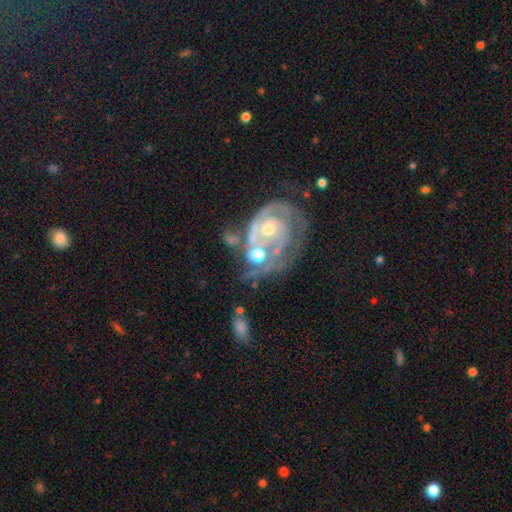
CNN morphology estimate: type=featured or disk (69%); edge-on=no (96%); bar=no (59%); spiral arms=yes (86%); winding=tight (62%); arm count=2 (39%); bulge=small (54%); merging=none (48%).